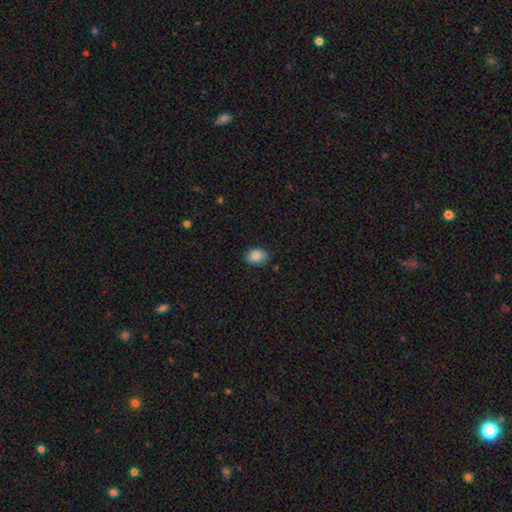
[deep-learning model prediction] A smooth galaxy with no disk features (85%) that is in between round and cigar-shaped (72%). Merging: none (80%).